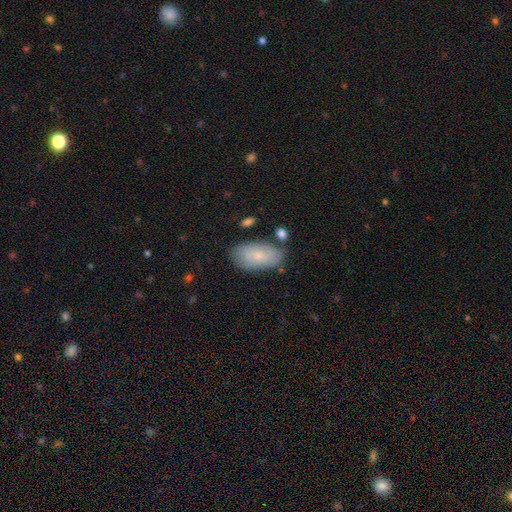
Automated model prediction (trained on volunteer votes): smooth_or_featured: smooth (p=0.76) [alt: featured or disk p=0.17]
how_rounded: in between (p=0.94) [alt: cigar-shaped p=0.04]
merging: none (p=0.75) [alt: minor disturbance p=0.17]